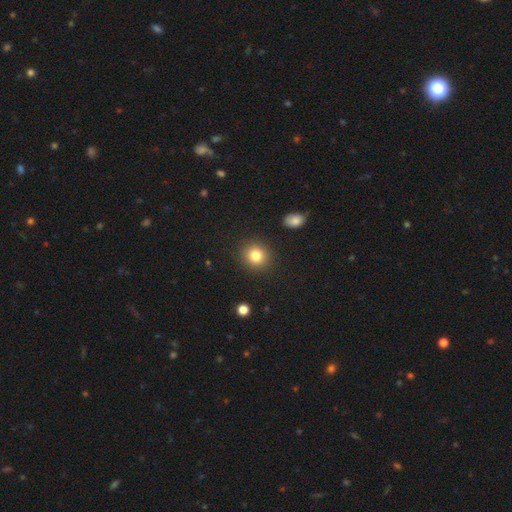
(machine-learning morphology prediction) smooth 82%, star or artifact 11%, featured or disk 7%. Down the decision tree: how rounded — round (83%); merging — none (89%).